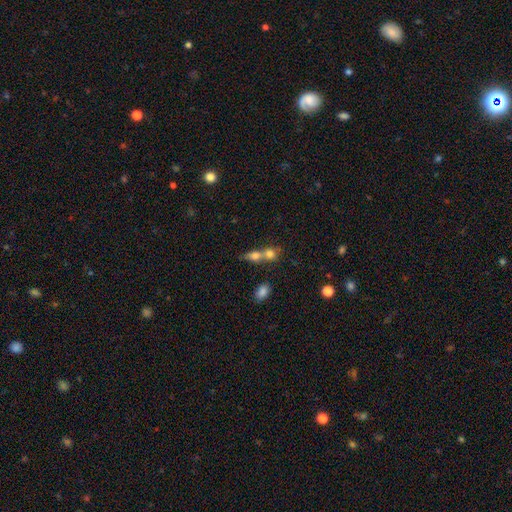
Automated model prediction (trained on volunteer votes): Q: Smooth or featured?
A: smooth (73%); runner-up: featured or disk (16%)
Q: How rounded?
A: in between (50%); runner-up: round (39%)
Q: Merging?
A: merger (63%); runner-up: none (26%)